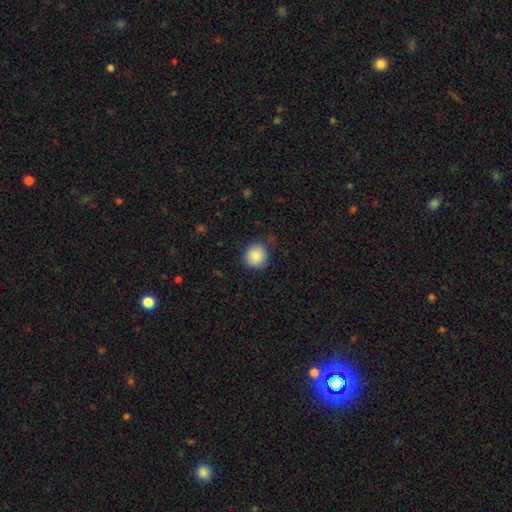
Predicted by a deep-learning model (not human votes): Morphology: type=smooth (87%); roundness=round (89%); merging=none (86%).